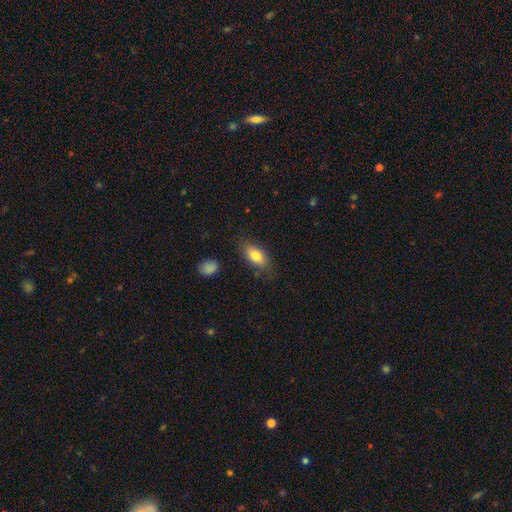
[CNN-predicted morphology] smooth 80%, featured or disk 13%, star or artifact 7%. Down the decision tree: how rounded — in between (89%); merging — none (78%).